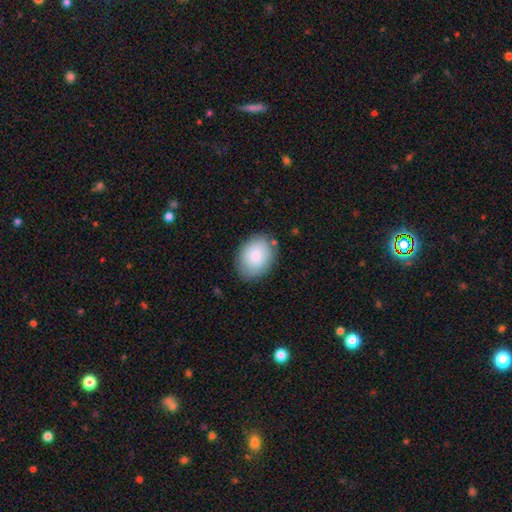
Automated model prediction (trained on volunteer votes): A smooth galaxy with no disk features (83%) that is in between round and cigar-shaped (67%).

Vote fractions:
- Smooth or featured? smooth: 83% / featured or disk: 10% / star or artifact: 7%
- How rounded? in between: 67% / round: 32% / cigar-shaped: 1%
- Merging? none: 81% / minor disturbance: 14% / major disturbance: 3% / merger: 2%